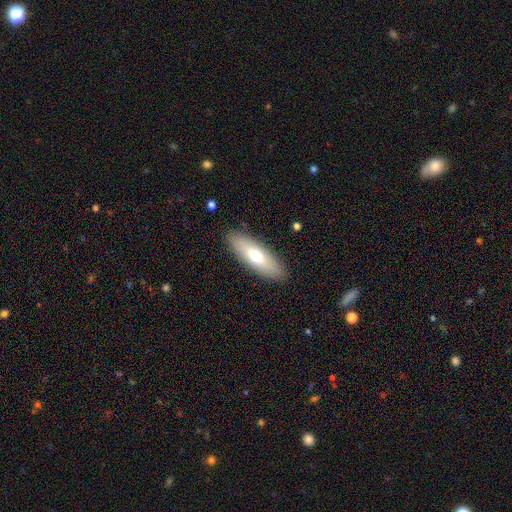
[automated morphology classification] The model was most divided on "how rounded": in between: 61%, cigar-shaped: 37%, round: 2%. More confident: merging — none (89%); smooth or featured — smooth (66%).